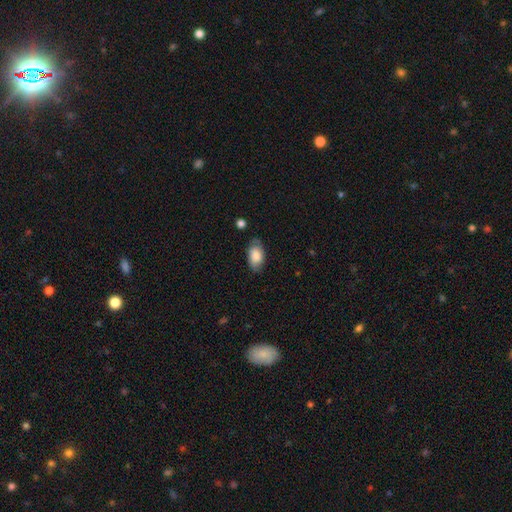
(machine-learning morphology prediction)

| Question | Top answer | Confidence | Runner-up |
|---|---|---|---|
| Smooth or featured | smooth | 78% | featured or disk (15%) |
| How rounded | in between | 93% | round (5%) |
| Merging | none | 71% | minor disturbance (21%) |